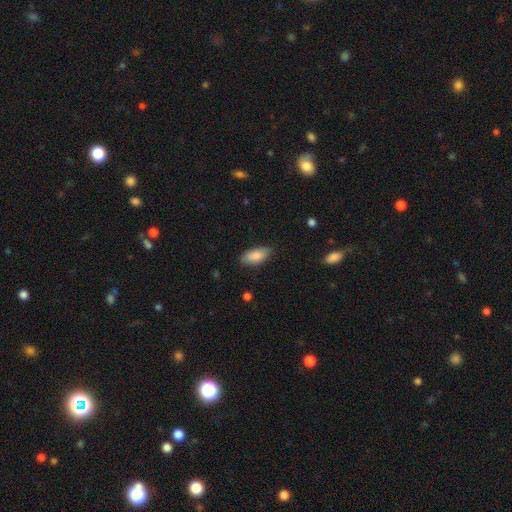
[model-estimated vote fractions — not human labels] Smooth or featured? smooth (85%)
How rounded? in between (88%)
Merging? none (82%)